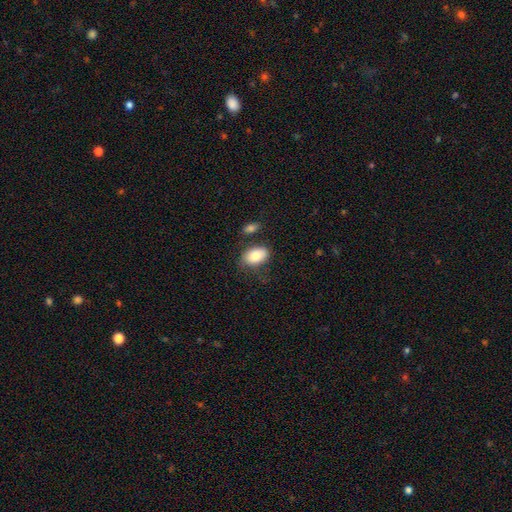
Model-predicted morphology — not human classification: This is clearly a smooth galaxy (83%). How rounded: clearly in between (91%). Merging: likely none (65%).